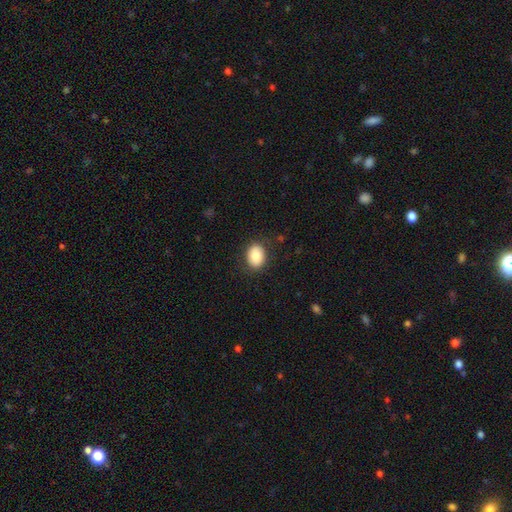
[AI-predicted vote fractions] The model was most divided on "how rounded": in between: 64%, round: 35%, cigar-shaped: 1%. More confident: merging — none (85%); smooth or featured — smooth (85%).